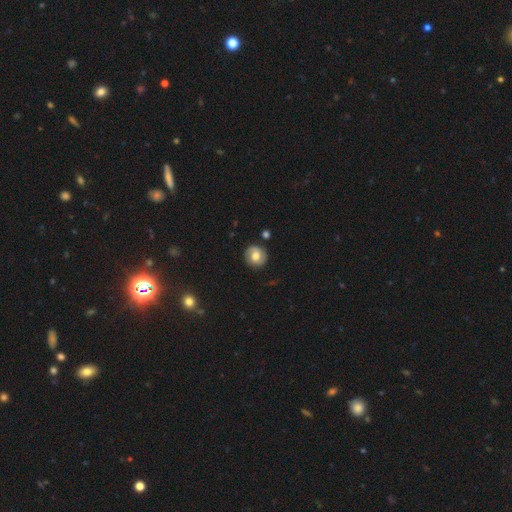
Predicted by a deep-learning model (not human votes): Morphology: type=smooth (52%); roundness=round (88%); merging=none (86%).